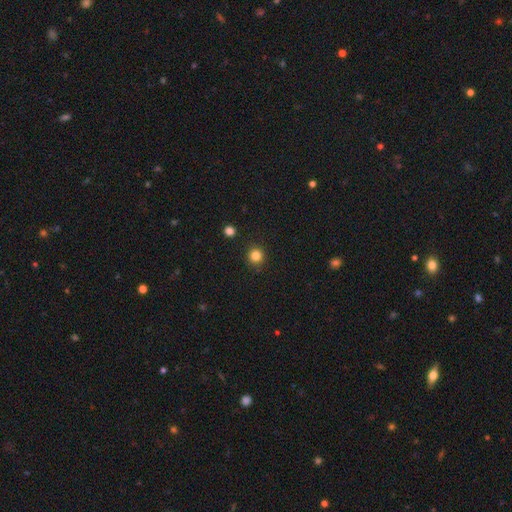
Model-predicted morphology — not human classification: smooth 83%, star or artifact 12%, featured or disk 4%. Down the decision tree: how rounded — round (94%); merging — none (91%).